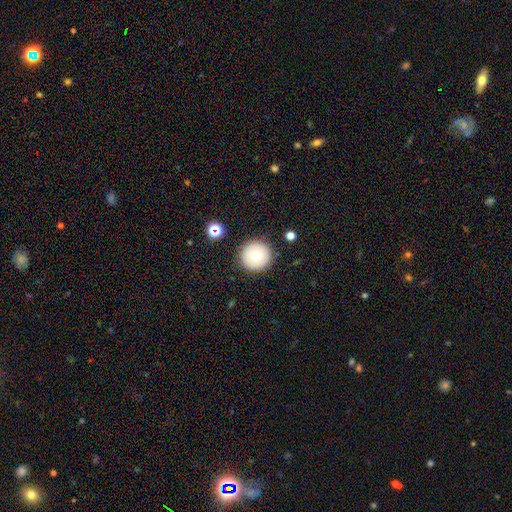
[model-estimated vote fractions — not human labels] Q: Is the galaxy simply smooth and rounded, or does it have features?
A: smooth — 68%.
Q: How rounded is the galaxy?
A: round — 96%.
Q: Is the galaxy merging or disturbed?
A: none — 91%.